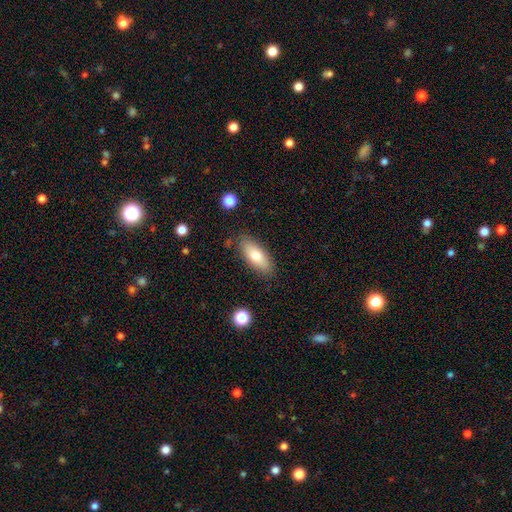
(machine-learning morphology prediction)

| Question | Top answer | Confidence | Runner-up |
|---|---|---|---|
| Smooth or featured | smooth | 74% | featured or disk (20%) |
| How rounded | in between | 77% | cigar-shaped (21%) |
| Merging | none | 83% | minor disturbance (12%) |